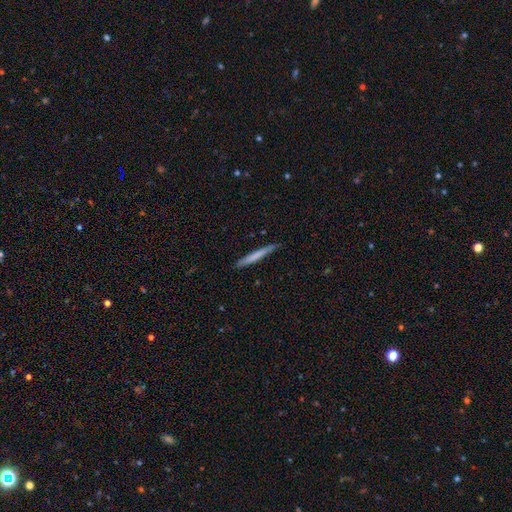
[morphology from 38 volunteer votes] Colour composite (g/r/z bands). It shows a smooth galaxy with no disk features (74%) that is cigar-shaped (96%). Merging: none (92%).